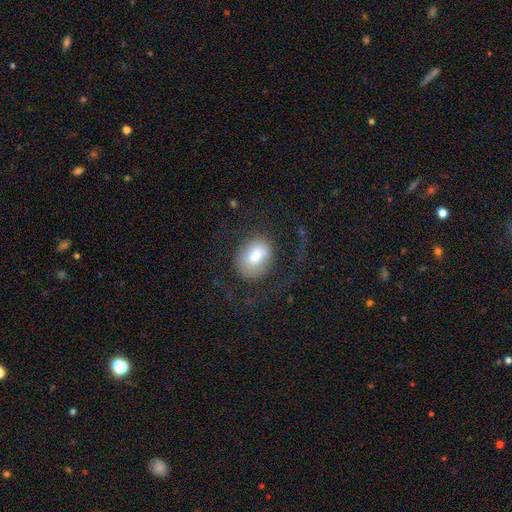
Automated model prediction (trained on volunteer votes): Smooth or featured? Predicted: smooth (p=0.71). How rounded? Predicted: round (p=0.52). Merging? Predicted: none (p=0.50).